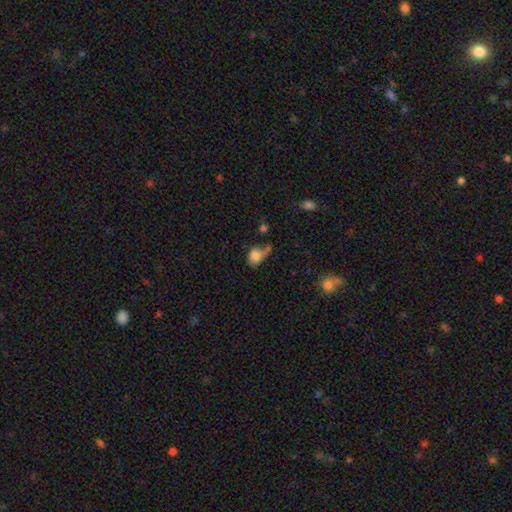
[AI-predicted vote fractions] The model was most divided on "merging": major disturbance: 30%, none: 28%, minor disturbance: 24%, merger: 18%. More confident: smooth or featured — smooth (74%); how rounded — in between (56%).